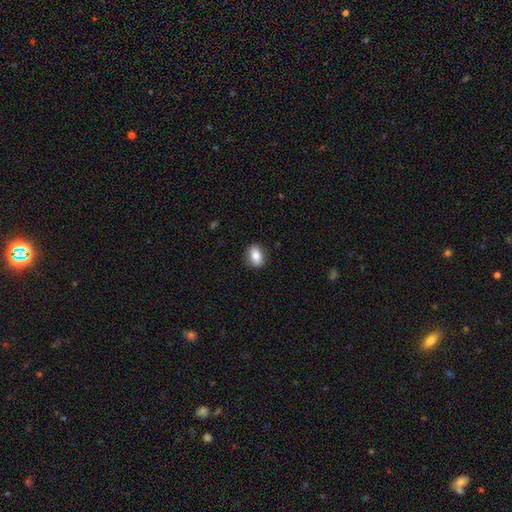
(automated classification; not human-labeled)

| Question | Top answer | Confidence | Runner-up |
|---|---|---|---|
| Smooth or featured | smooth | 83% | featured or disk (9%) |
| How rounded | in between | 80% | round (18%) |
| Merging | none | 86% | minor disturbance (10%) |